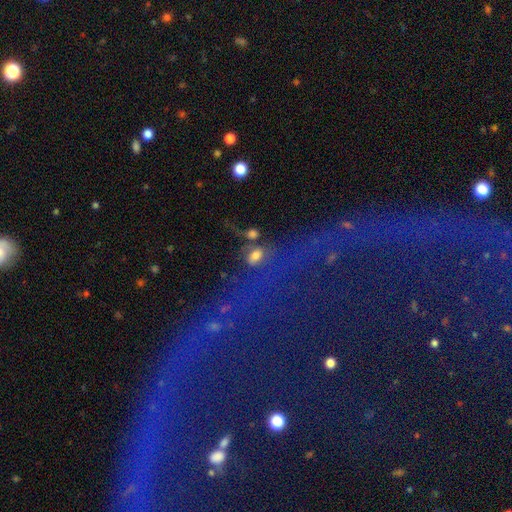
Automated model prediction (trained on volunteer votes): A smooth galaxy with no disk features (59%) that is in between round and cigar-shaped (77%). Merging: none (40%).